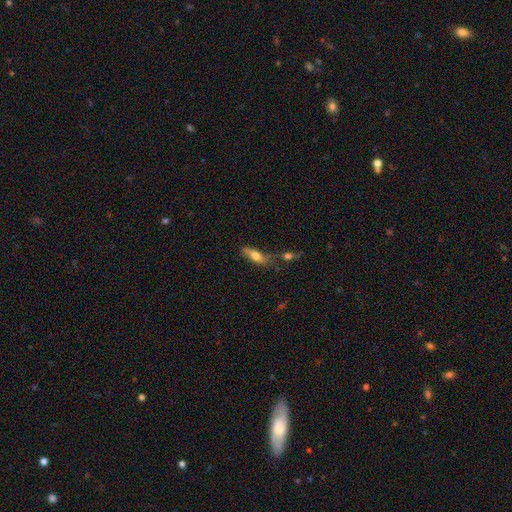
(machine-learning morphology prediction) smooth-or-featured: smooth: 64% | featured or disk: 28% | star or artifact: 8%
  how-rounded: in between: 56% | cigar-shaped: 41% | round: 3%
  merging: none: 49% | merger: 21% | minor disturbance: 21% | major disturbance: 9%